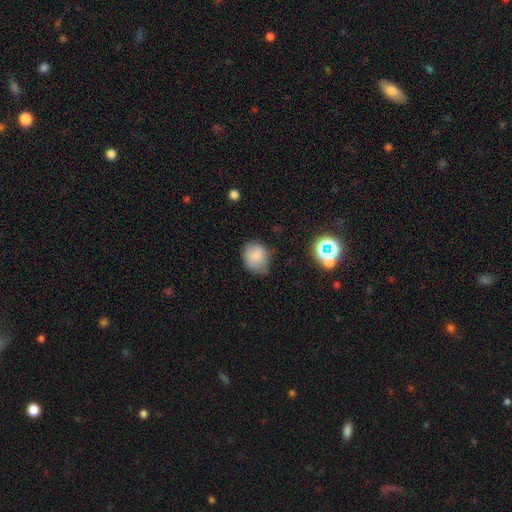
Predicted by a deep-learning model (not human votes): Q: Smooth or featured?
A: smooth (80%); runner-up: star or artifact (11%)
Q: How rounded?
A: round (56%); runner-up: in between (43%)
Q: Merging?
A: none (60%); runner-up: minor disturbance (30%)